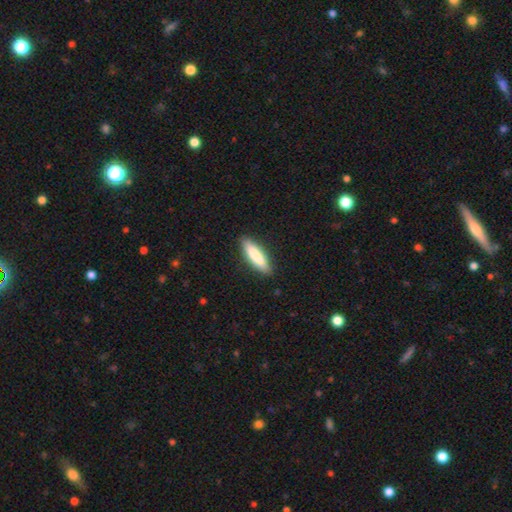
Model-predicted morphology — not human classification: Q: Smooth or featured?
A: smooth (82%); runner-up: featured or disk (12%)
Q: How rounded?
A: cigar-shaped (60%); runner-up: in between (38%)
Q: Merging?
A: none (88%); runner-up: minor disturbance (9%)